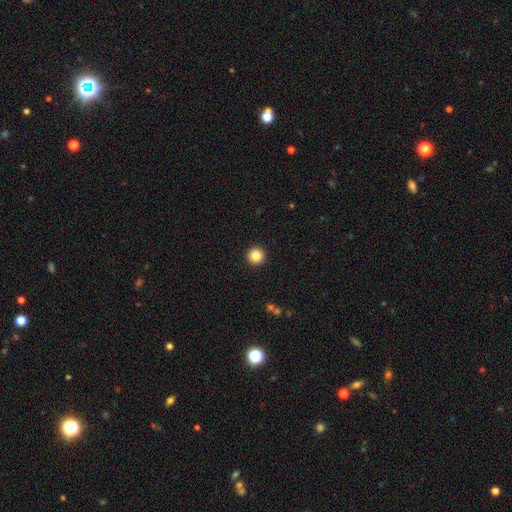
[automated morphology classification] Q: Smooth or featured?
A: smooth (85%); runner-up: star or artifact (10%)
Q: How rounded?
A: round (97%); runner-up: in between (2%)
Q: Merging?
A: none (94%); runner-up: minor disturbance (4%)